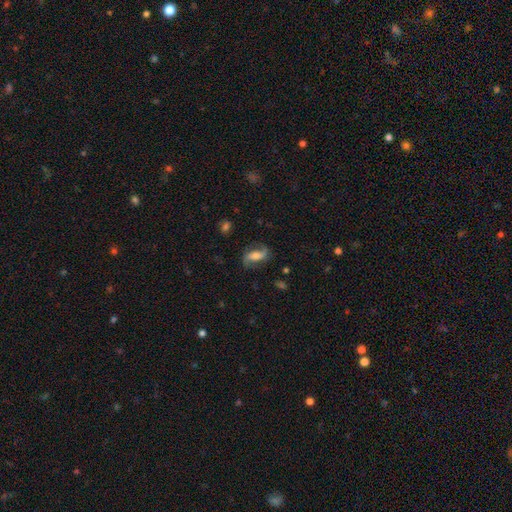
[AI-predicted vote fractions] Overall: featured or disk (73%). Edge-on disk: no (94%). Bar: weak (35%; no 34%). Spiral arms: yes (93%). Spiral arm count: 2 (90%). Spiral winding: loose (54%; medium 34%). Bulge size: moderate (49%; small 26%). Merging: none (75%).